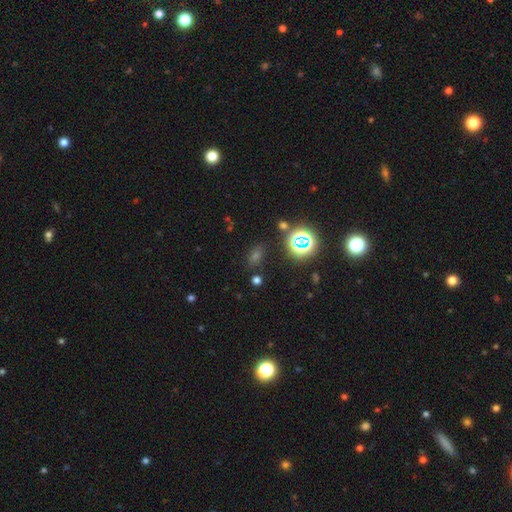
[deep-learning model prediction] Overall: star or artifact (48%; smooth 43%).